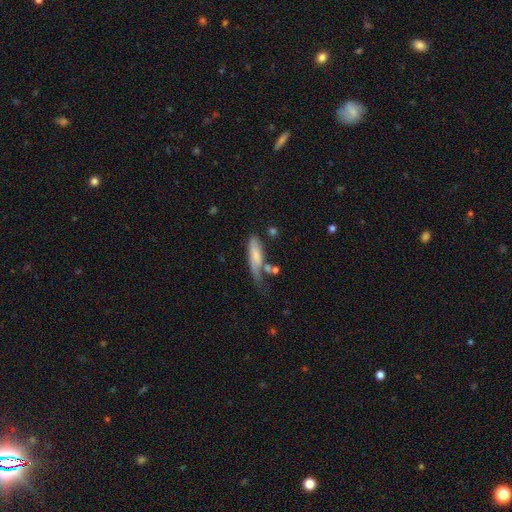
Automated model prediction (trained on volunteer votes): The model was most divided on "merging": major disturbance: 33%, none: 28%, minor disturbance: 24%, merger: 15%. More confident: smooth or featured — smooth (66%); how rounded — cigar-shaped (53%).